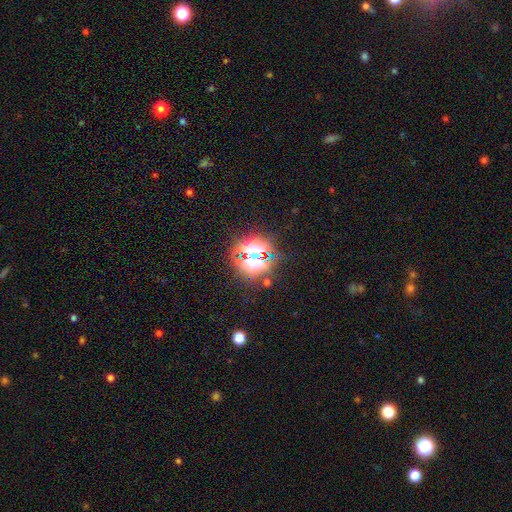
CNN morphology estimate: Smooth or featured?
  - star or artifact: 56% *
  - smooth: 31%
  - featured or disk: 13%